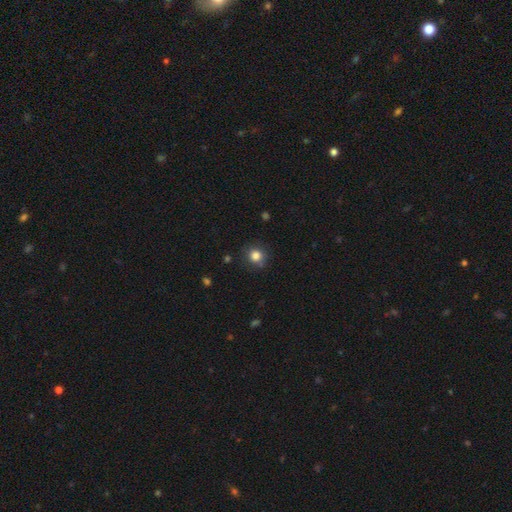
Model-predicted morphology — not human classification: smooth_or_featured: smooth (p=0.82) [alt: star or artifact p=0.12]
how_rounded: round (p=0.87) [alt: in between p=0.12]
merging: none (p=0.84) [alt: minor disturbance p=0.11]